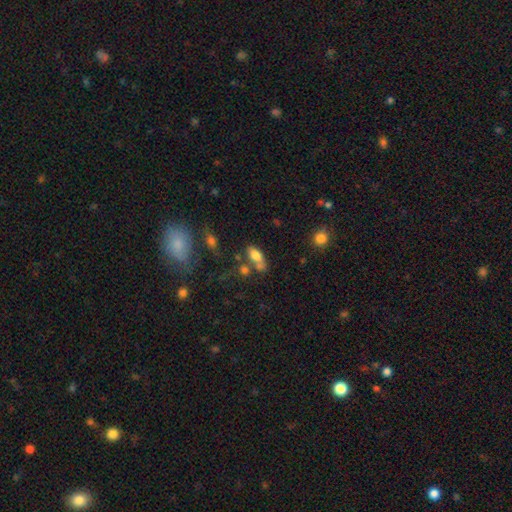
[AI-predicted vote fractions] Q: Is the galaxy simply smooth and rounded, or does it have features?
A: smooth — 75%.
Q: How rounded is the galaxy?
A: in between — 81%.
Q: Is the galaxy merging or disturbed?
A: none — 45%.